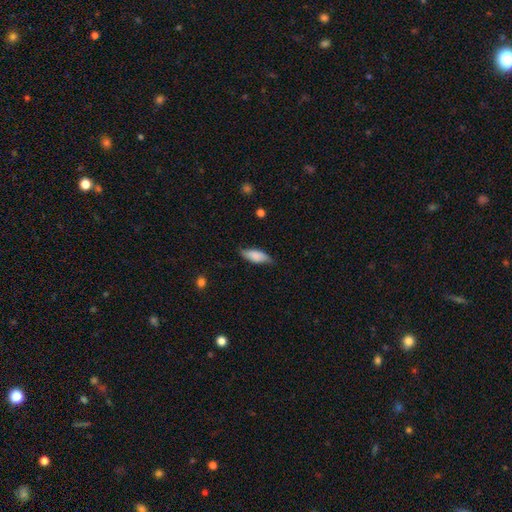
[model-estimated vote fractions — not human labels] A smooth galaxy with no disk features (79%) that is in between round and cigar-shaped (74%). Merging: none (74%).